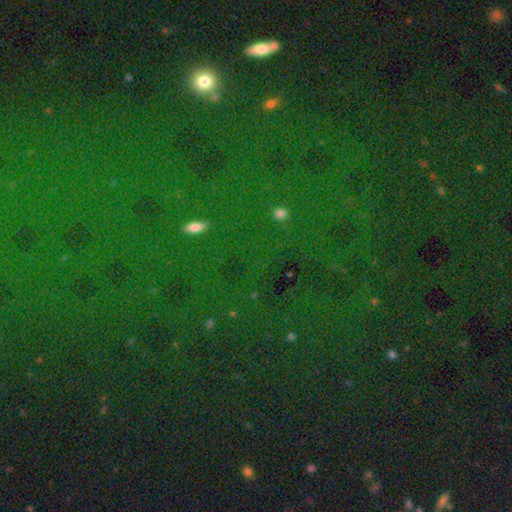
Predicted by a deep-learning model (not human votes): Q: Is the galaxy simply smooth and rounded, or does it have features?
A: star or artifact — 76%.